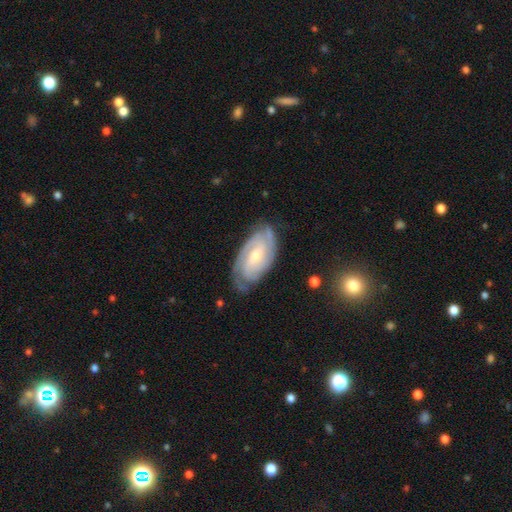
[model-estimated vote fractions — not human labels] This appears to be a featured or disk galaxy (85%) with a weak bar (43%), 2 (35%) tight (69%) spiral arms (97%) and a small central bulge (52%). Merging: none (76%).